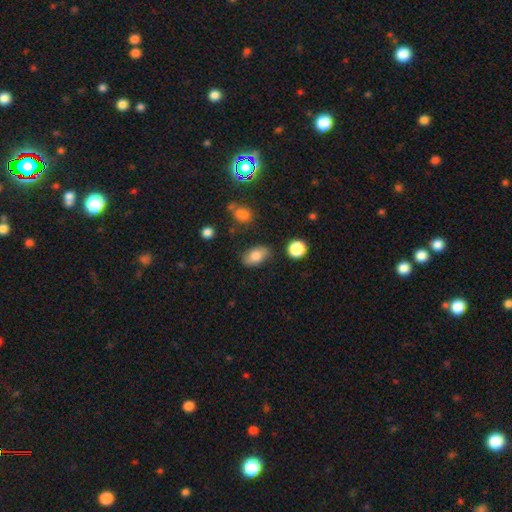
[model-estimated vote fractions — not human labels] This appears to be a smooth galaxy with no disk features (78%) that is in between round and cigar-shaped (88%). Merging: none (79%).